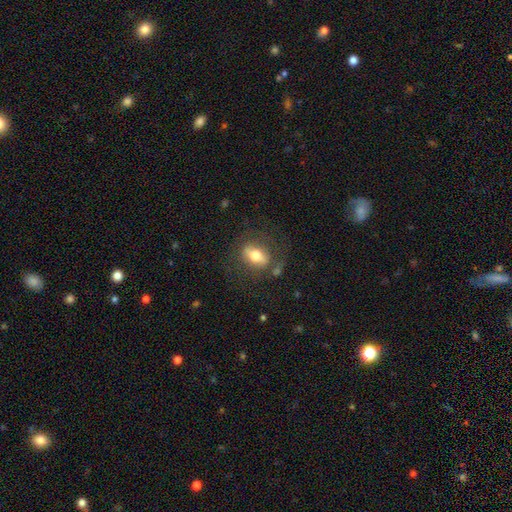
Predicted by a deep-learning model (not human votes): This is possibly a smooth galaxy (57%). How rounded: likely in between (73%). Merging: likely none (69%).